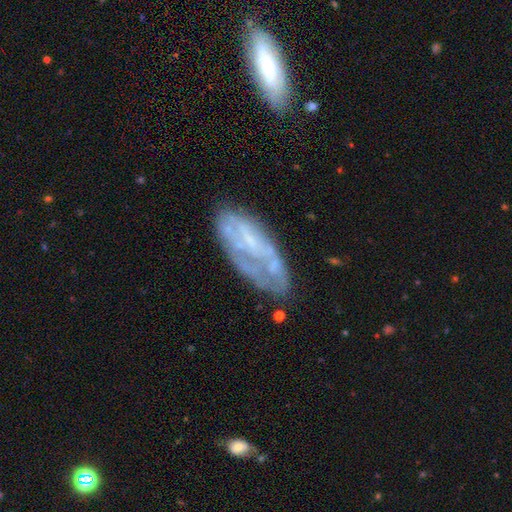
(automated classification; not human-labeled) This appears to be a featured or disk galaxy (61%) with no bar (73%), no spiral arms (60%) and no central bulge (51%). Merging: none (55%).